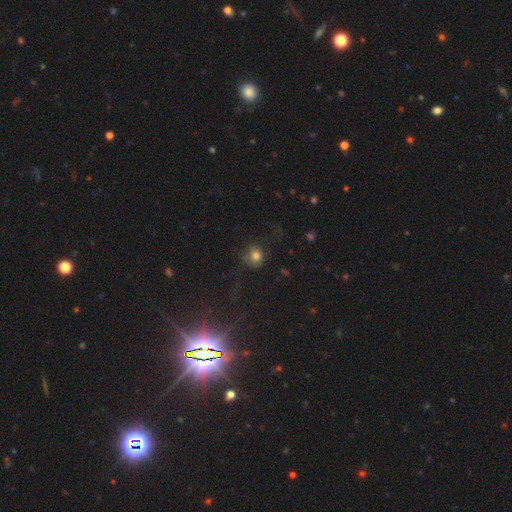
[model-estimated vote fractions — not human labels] This is likely a smooth galaxy (76%). How rounded: clearly round (81%). Merging: likely none (68%).